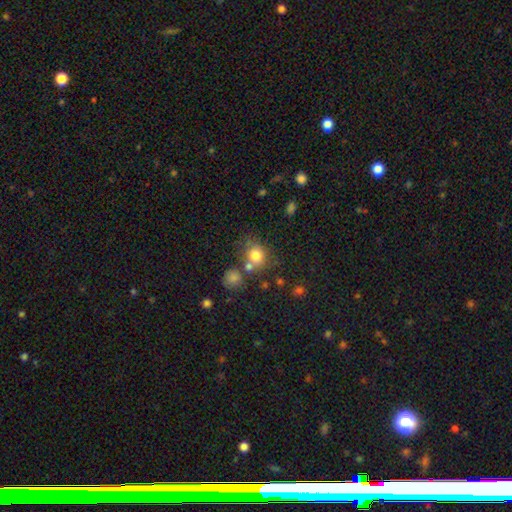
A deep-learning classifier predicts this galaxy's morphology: A smooth galaxy with no disk features (79%) that is round (74%).

Vote fractions:
- Smooth or featured? smooth: 79% / star or artifact: 12% / featured or disk: 9%
- How rounded? round: 74% / in between: 25% / cigar-shaped: 1%
- Merging? none: 55% / merger: 26% / minor disturbance: 13% / major disturbance: 5%